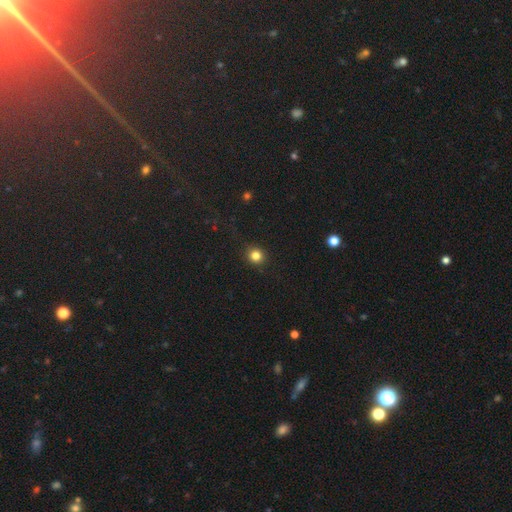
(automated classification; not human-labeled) A smooth galaxy with no disk features (82%) that is round (89%). Merging: none (90%).